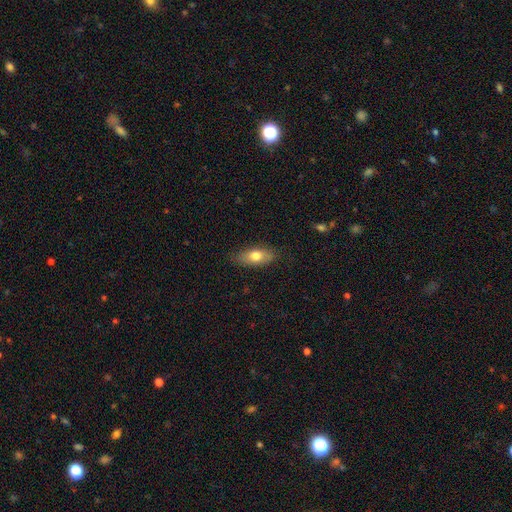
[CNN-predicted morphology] smooth 72%, featured or disk 21%, star or artifact 7%. Down the decision tree: how rounded — in between (80%); merging — none (81%).